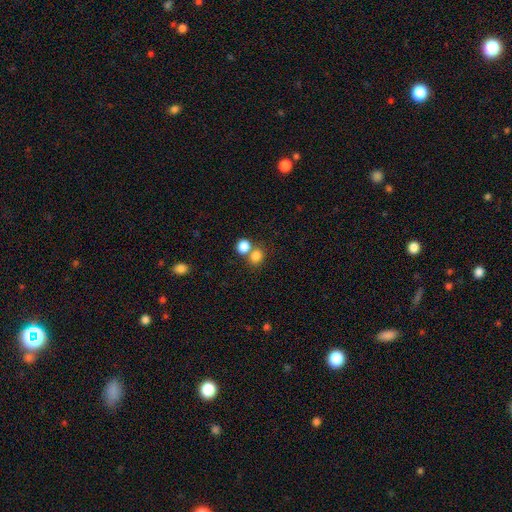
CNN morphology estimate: smooth_or_featured: smooth (p=0.82) [alt: star or artifact p=0.11]
how_rounded: round (p=0.66) [alt: in between p=0.33]
merging: none (p=0.46) [alt: merger p=0.43]